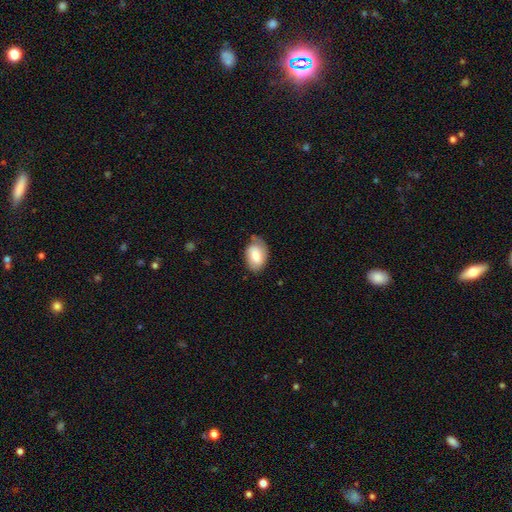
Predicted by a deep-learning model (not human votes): A smooth galaxy with no disk features (69%) that is in between round and cigar-shaped (87%).

Vote fractions:
- Smooth or featured? smooth: 69% / featured or disk: 24% / star or artifact: 7%
- How rounded? in between: 87% / round: 12% / cigar-shaped: 1%
- Merging? none: 61% / minor disturbance: 30% / major disturbance: 8% / merger: 2%